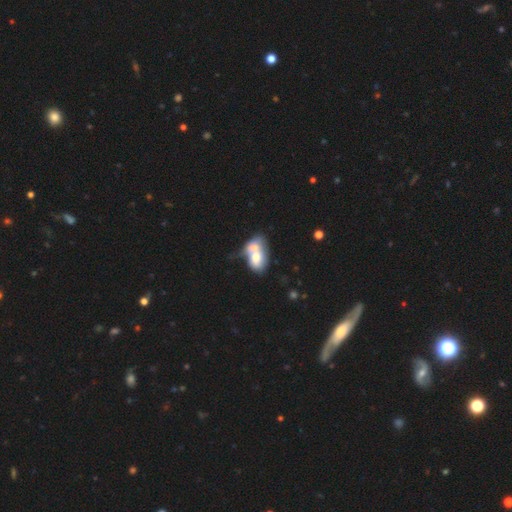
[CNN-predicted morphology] A smooth galaxy with no disk features (60%) that is in between round and cigar-shaped (85%).

Vote fractions:
- Smooth or featured? smooth: 60% / featured or disk: 33% / star or artifact: 7%
- How rounded? in between: 85% / round: 13% / cigar-shaped: 2%
- Merging? merger: 64% / none: 16% / minor disturbance: 11% / major disturbance: 9%